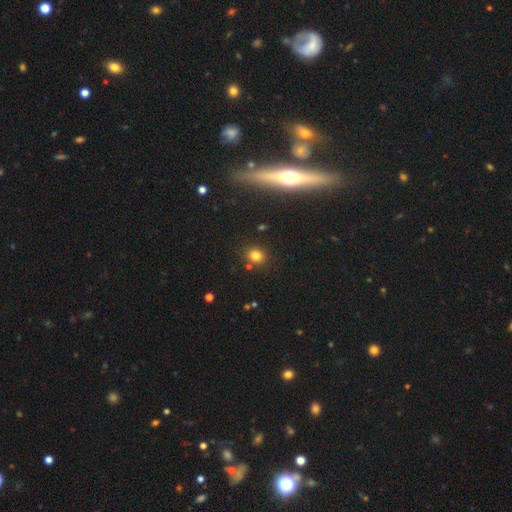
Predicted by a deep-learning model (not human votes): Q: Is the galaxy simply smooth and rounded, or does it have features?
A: smooth — 76%.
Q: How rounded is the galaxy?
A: round — 70%.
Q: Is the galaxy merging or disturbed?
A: none — 80%.